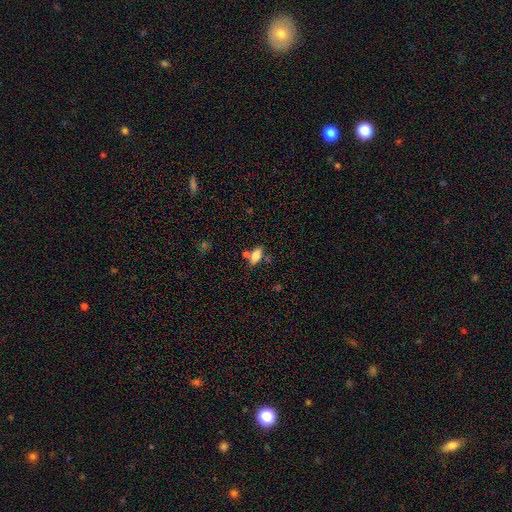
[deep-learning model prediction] Smooth or featured?
  - smooth: 79% *
  - featured or disk: 13%
  - star or artifact: 9%
How rounded?
  - in between: 77% *
  - cigar-shaped: 19%
  - round: 4%
Merging?
  - none: 61% *
  - merger: 20%
  - minor disturbance: 14%
  - major disturbance: 4%